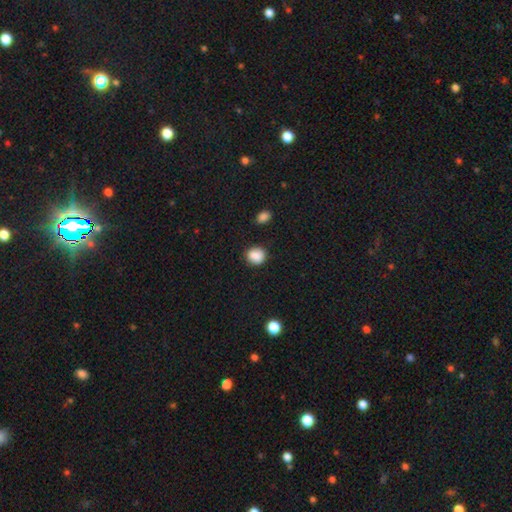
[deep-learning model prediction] Q: Smooth or featured?
A: smooth (88%); runner-up: star or artifact (9%)
Q: How rounded?
A: round (78%); runner-up: in between (21%)
Q: Merging?
A: none (85%); runner-up: minor disturbance (10%)